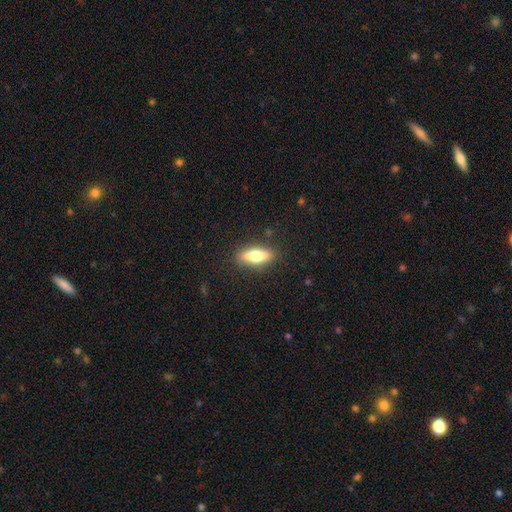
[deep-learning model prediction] This is likely a smooth galaxy (68%). How rounded: likely in between (63%). Merging: clearly none (85%).